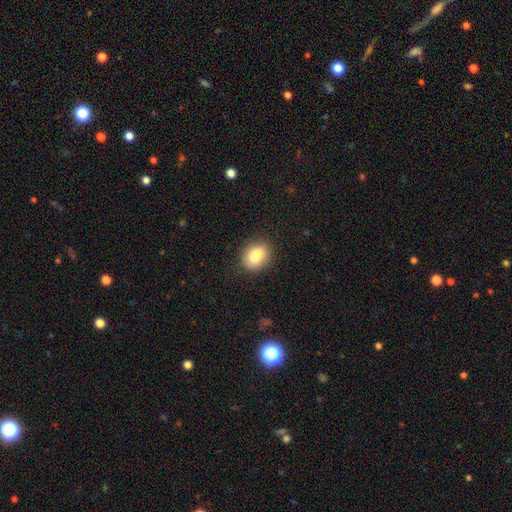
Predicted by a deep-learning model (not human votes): Smooth or featured?
  - smooth: 81% *
  - featured or disk: 10%
  - star or artifact: 9%
How rounded?
  - in between: 63% *
  - round: 36%
  - cigar-shaped: 1%
Merging?
  - none: 68% *
  - minor disturbance: 17%
  - merger: 11%
  - major disturbance: 4%